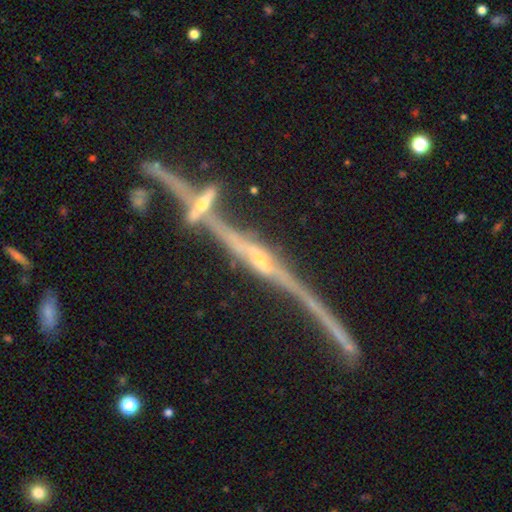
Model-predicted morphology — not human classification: Q: Smooth or featured?
A: featured or disk (82%); runner-up: star or artifact (11%)
Q: Edge-on disk?
A: yes (91%); runner-up: no (9%)
Q: Edge-on bulge?
A: rounded (75%); runner-up: none (17%)
Q: Merging?
A: none (53%); runner-up: merger (21%)